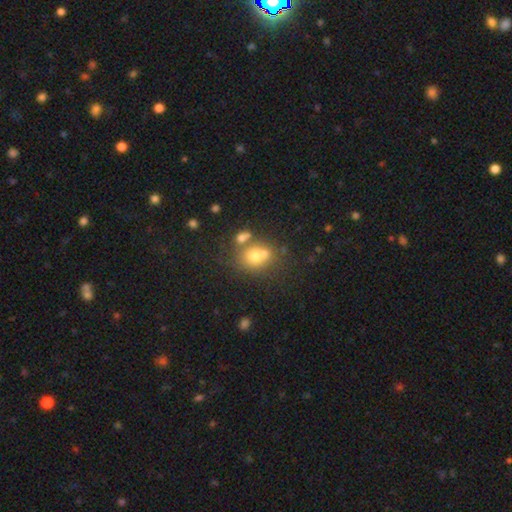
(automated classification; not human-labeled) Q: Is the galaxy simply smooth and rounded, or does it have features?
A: smooth — 67%.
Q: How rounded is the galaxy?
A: round — 68%.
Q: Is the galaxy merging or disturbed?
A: none — 45%.